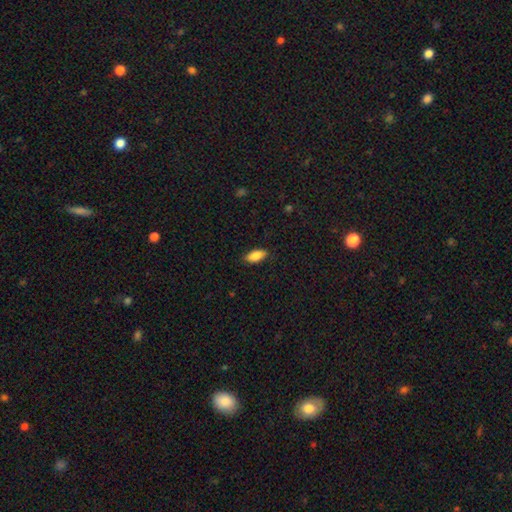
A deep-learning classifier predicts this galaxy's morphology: Q: Smooth or featured?
A: smooth (86%); runner-up: featured or disk (7%)
Q: How rounded?
A: in between (86%); runner-up: cigar-shaped (11%)
Q: Merging?
A: none (87%); runner-up: minor disturbance (10%)